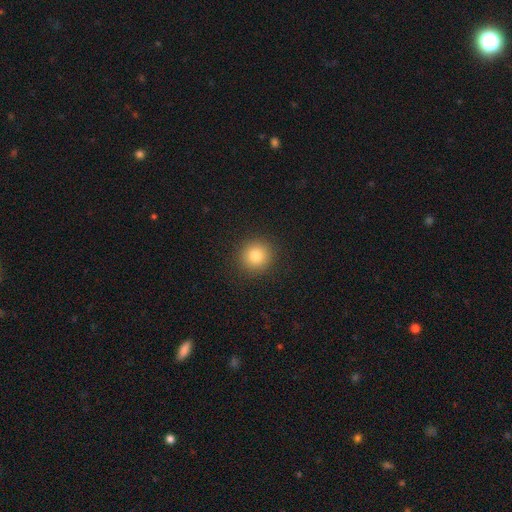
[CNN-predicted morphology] This is clearly a smooth galaxy (81%). How rounded: clearly round (92%). Merging: clearly none (91%).